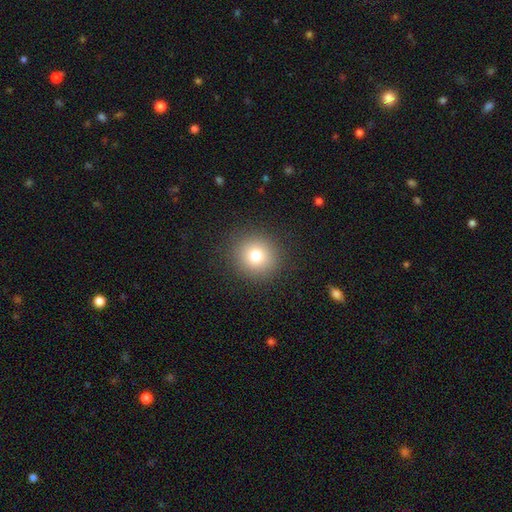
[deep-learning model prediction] Overall: smooth (77%). How rounded: round (92%). Merging: none (91%).